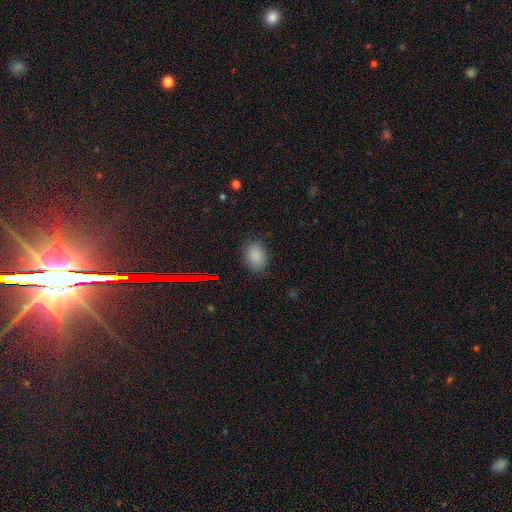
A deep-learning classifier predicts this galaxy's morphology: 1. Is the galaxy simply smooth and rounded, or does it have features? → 84% smooth, 11% star or artifact, 5% featured or disk.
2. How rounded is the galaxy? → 74% in between, 25% round, 1% cigar-shaped.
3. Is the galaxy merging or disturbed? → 84% none, 12% minor disturbance, 3% major disturbance, 1% merger.